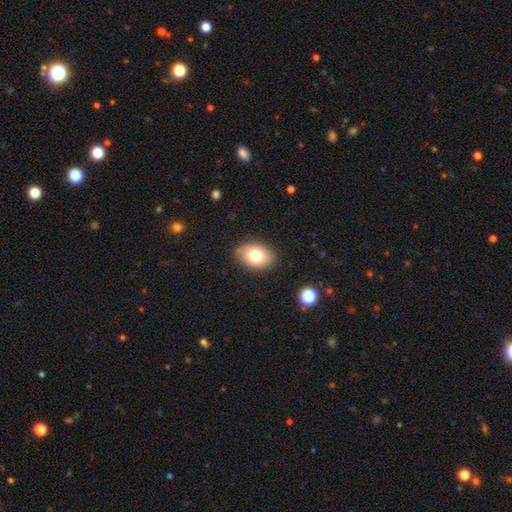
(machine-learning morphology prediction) Smooth or featured? smooth (77%)
How rounded? in between (76%)
Merging? none (84%)